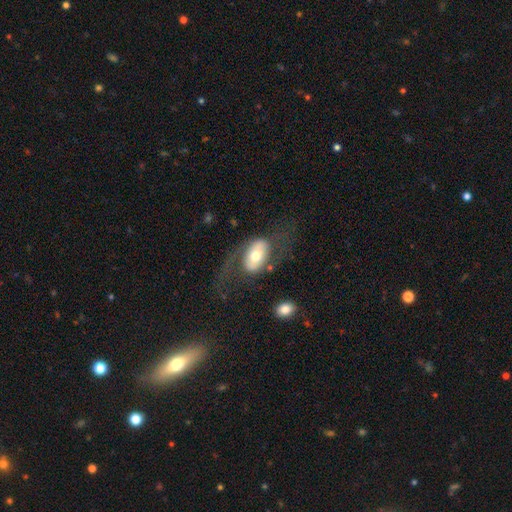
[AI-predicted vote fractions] A featured or disk galaxy (54%).

Vote fractions:
- Smooth or featured? featured or disk: 54% / smooth: 40% / star or artifact: 6%
- Edge-on disk? no: 89% / yes: 11%
- Merging? none: 52% / major disturbance: 27% / minor disturbance: 17% / merger: 4%